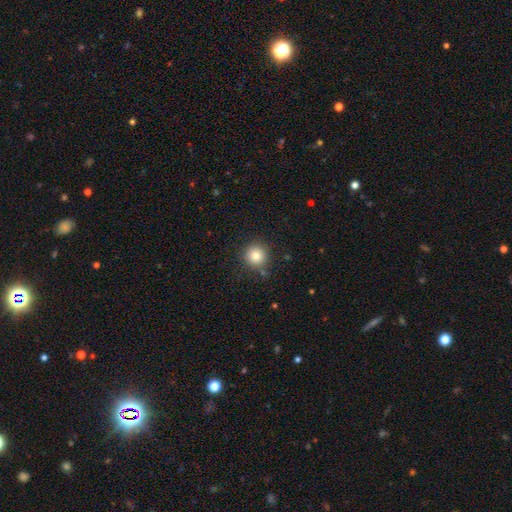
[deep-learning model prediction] Overall: smooth (80%). How rounded: round (94%). Merging: none (86%).